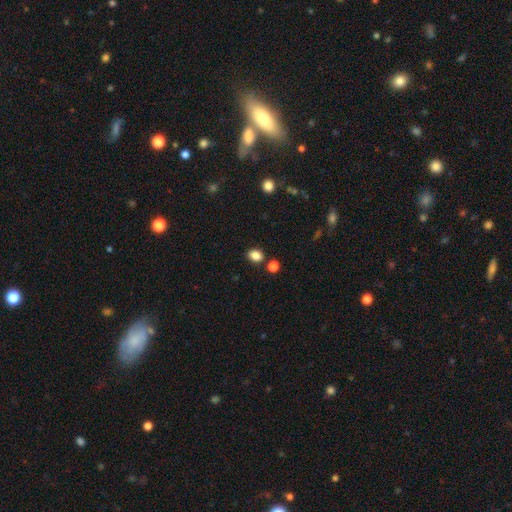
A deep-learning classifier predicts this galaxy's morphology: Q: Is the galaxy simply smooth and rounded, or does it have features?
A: smooth — 85%.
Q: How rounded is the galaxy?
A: in between — 55%.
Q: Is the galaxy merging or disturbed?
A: none — 82%.